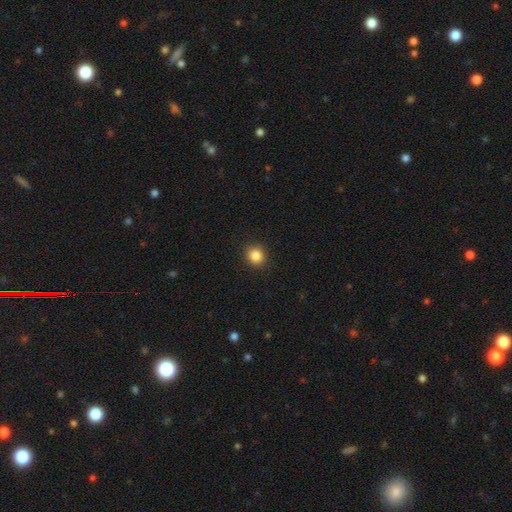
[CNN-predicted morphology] smooth-or-featured: smooth: 86% | star or artifact: 11% | featured or disk: 4%
  how-rounded: round: 87% | in between: 12% | cigar-shaped: 1%
  merging: none: 91% | minor disturbance: 6% | major disturbance: 2% | merger: 1%